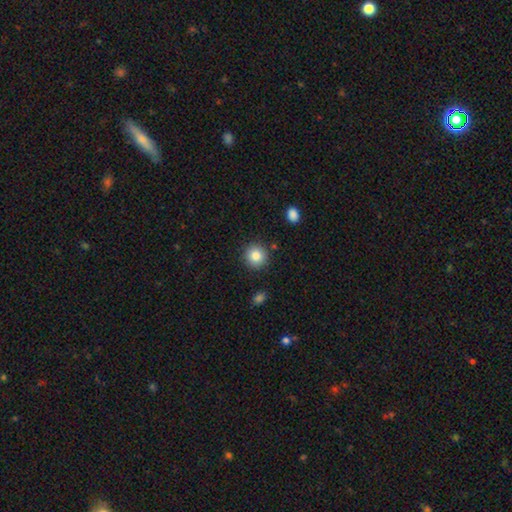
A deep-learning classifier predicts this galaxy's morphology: A smooth galaxy with no disk features (85%) that is round (93%).

Vote fractions:
- Smooth or featured? smooth: 85% / star or artifact: 9% / featured or disk: 6%
- How rounded? round: 93% / in between: 6% / cigar-shaped: 1%
- Merging? none: 88% / minor disturbance: 7% / merger: 2% / major disturbance: 2%